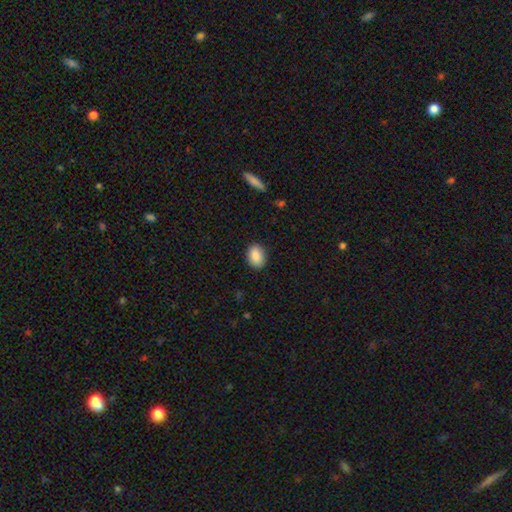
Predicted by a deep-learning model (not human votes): This is clearly a smooth galaxy (88%). How rounded: likely in between (79%). Merging: clearly none (88%).